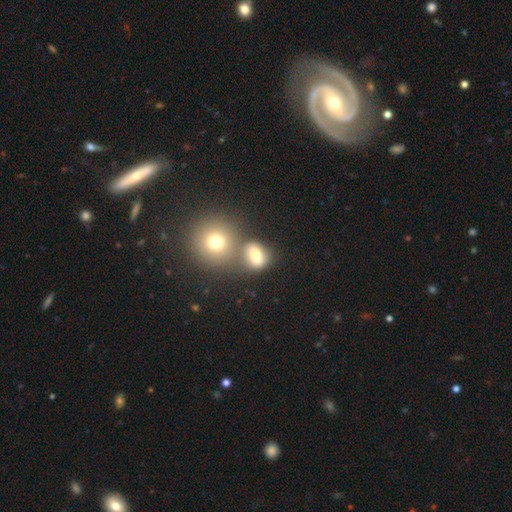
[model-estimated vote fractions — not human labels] Overall: smooth (74%). How rounded: in between (50%; round 48%). Merging: none (51%; merger 31%).